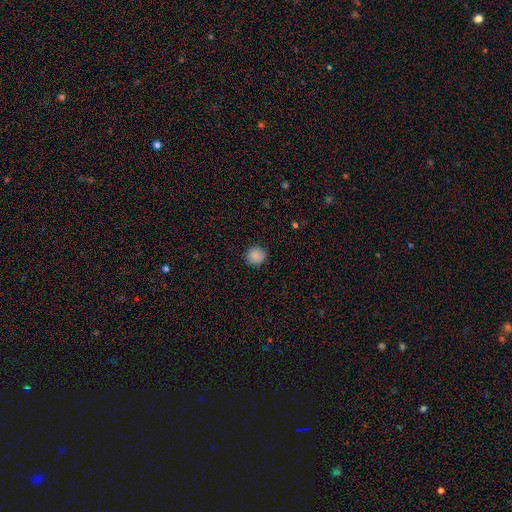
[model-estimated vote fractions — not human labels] smooth 87%, star or artifact 10%, featured or disk 3%. Down the decision tree: how rounded — round (85%); merging — none (89%).